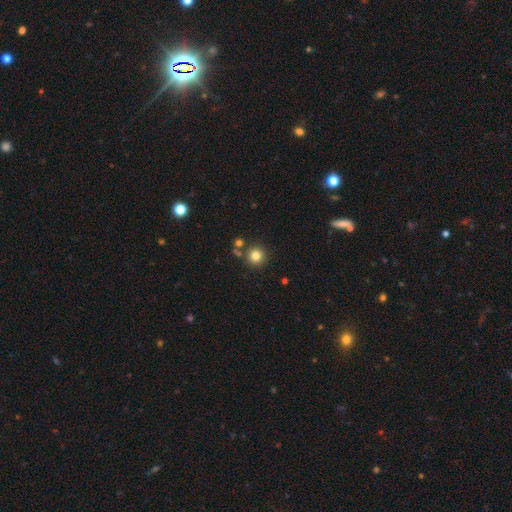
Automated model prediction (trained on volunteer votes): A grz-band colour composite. It shows a smooth galaxy with no disk features (81%) that is round (94%). Merging: none (81%).